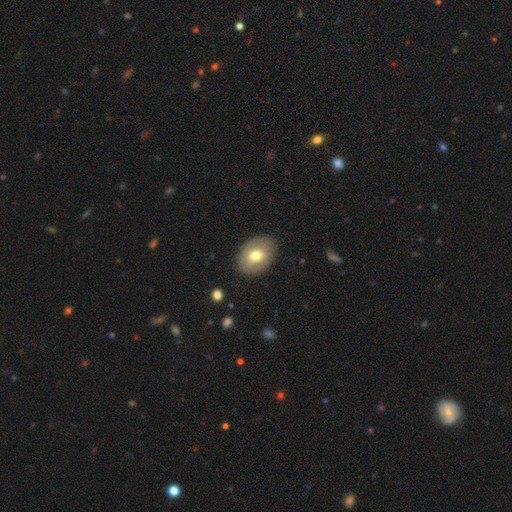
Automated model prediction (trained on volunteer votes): Overall: smooth (63%; featured or disk 30%). How rounded: in between (73%). Merging: none (84%).